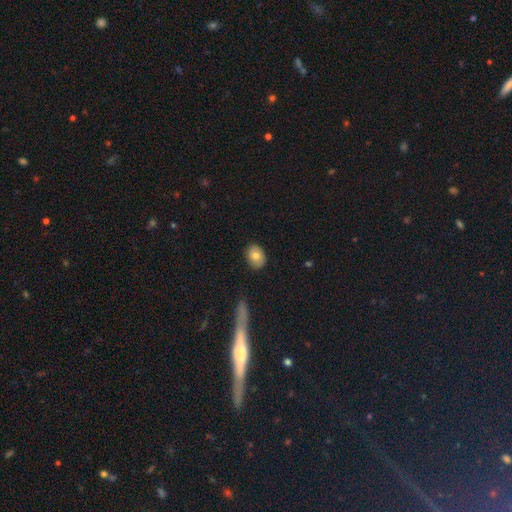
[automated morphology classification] This appears to be a smooth galaxy with no disk features (79%) that is in between round and cigar-shaped (62%). Merging: none (85%).